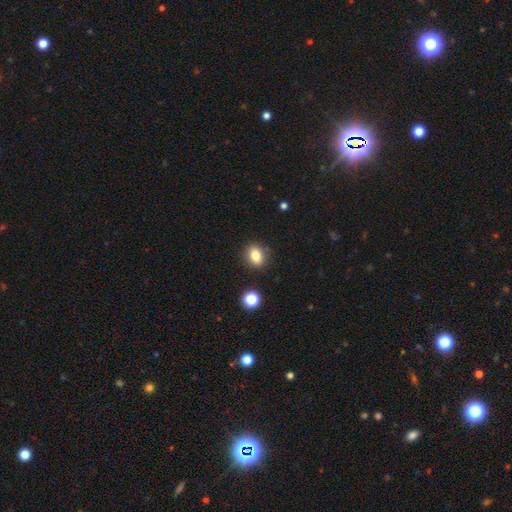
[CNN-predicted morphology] This is clearly a smooth galaxy (83%). How rounded: possibly in between (54%). Merging: clearly none (86%).